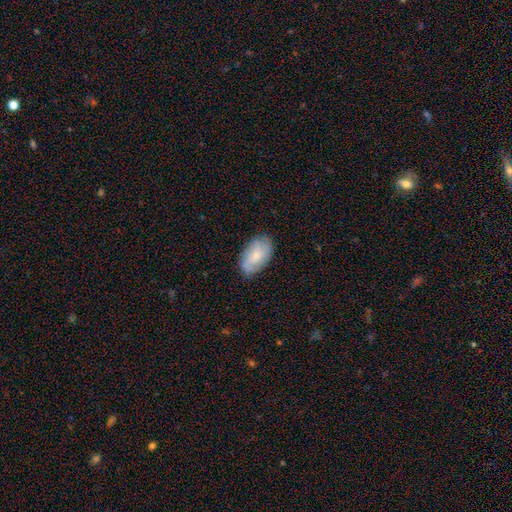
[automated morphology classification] featured or disk 48%, smooth 45%, star or artifact 7%. Down the decision tree: merging — none (79%).